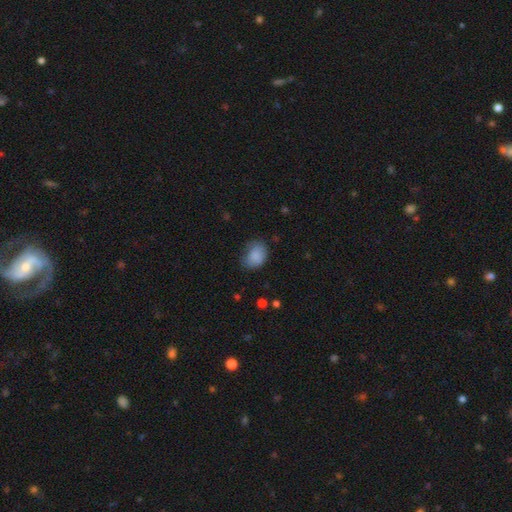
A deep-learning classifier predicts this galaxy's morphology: smooth_or_featured: smooth (p=0.85) [alt: star or artifact p=0.08]
how_rounded: in between (p=0.67) [alt: round p=0.32]
merging: none (p=0.61) [alt: minor disturbance p=0.29]